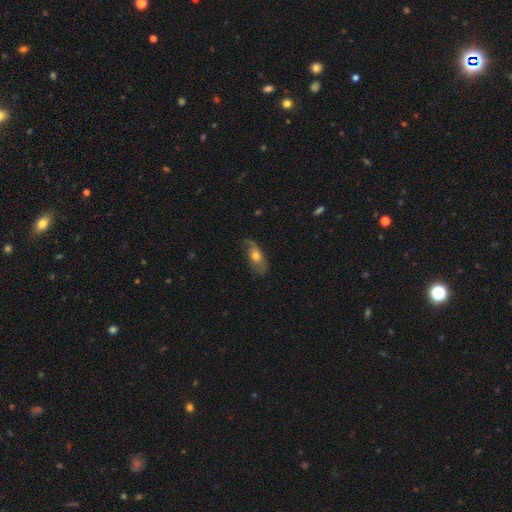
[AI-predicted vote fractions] Q: Smooth or featured?
A: smooth (51%); runner-up: featured or disk (42%)
Q: How rounded?
A: in between (82%); runner-up: cigar-shaped (10%)
Q: Merging?
A: none (52%); runner-up: minor disturbance (31%)